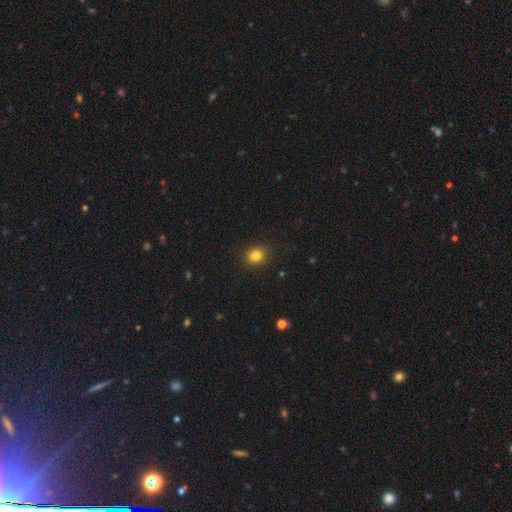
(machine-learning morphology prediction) A smooth galaxy with no disk features (83%) that is round (73%).

Vote fractions:
- Smooth or featured? smooth: 83% / star or artifact: 12% / featured or disk: 5%
- How rounded? round: 73% / in between: 26% / cigar-shaped: 1%
- Merging? none: 90% / minor disturbance: 7% / major disturbance: 2% / merger: 1%